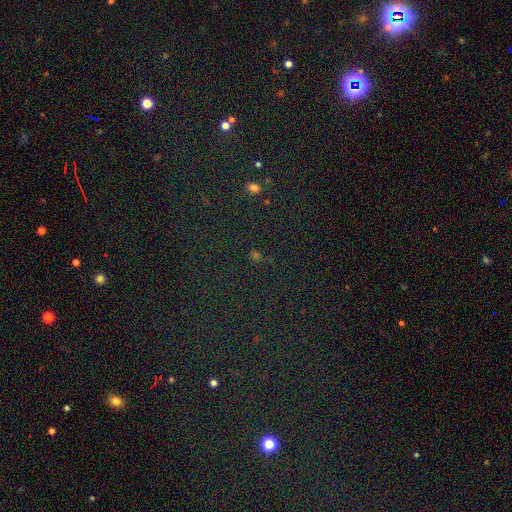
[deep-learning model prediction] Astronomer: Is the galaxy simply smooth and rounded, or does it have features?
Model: star or artifact — 60%.